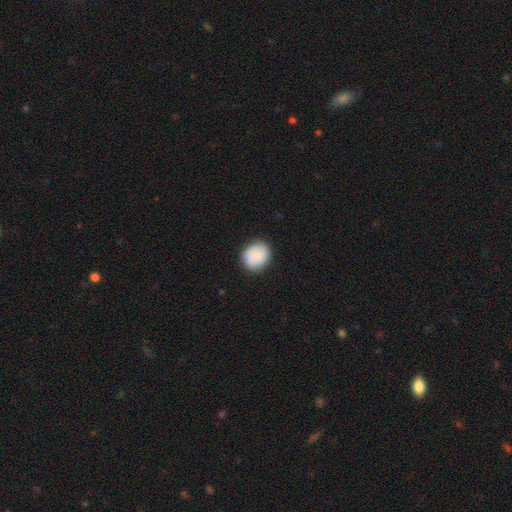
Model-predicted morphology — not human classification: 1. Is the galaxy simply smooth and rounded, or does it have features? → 88% smooth, 7% star or artifact, 5% featured or disk.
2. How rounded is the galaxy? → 74% round, 25% in between, 1% cigar-shaped.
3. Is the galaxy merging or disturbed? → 86% none, 10% minor disturbance, 2% major disturbance, 1% merger.